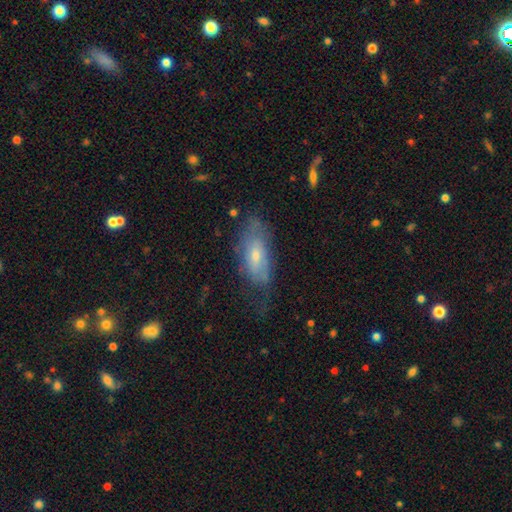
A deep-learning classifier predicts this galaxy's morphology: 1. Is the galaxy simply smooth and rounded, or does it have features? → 47% smooth, 44% featured or disk, 9% star or artifact.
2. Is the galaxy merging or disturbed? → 50% none, 31% minor disturbance, 18% major disturbance, 2% merger.